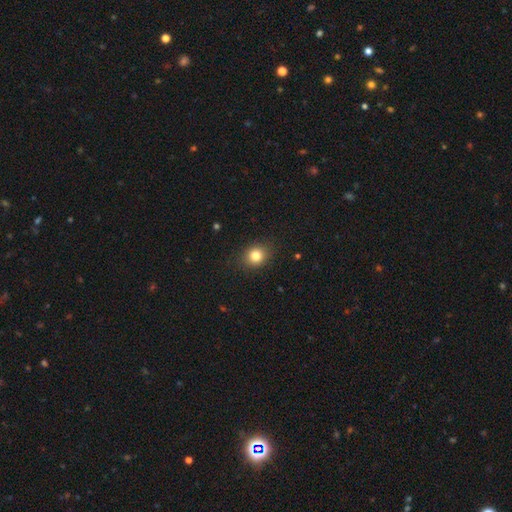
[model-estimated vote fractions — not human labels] Smooth or featured? smooth (82%)
How rounded? round (68%)
Merging? none (87%)